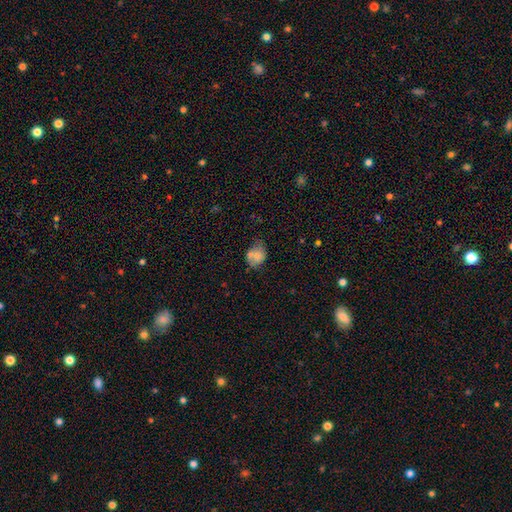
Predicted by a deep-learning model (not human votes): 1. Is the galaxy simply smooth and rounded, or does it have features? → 71% smooth, 19% featured or disk, 10% star or artifact.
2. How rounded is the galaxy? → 60% in between, 39% round, 1% cigar-shaped.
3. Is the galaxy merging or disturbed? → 42% none, 25% minor disturbance, 24% merger, 9% major disturbance.